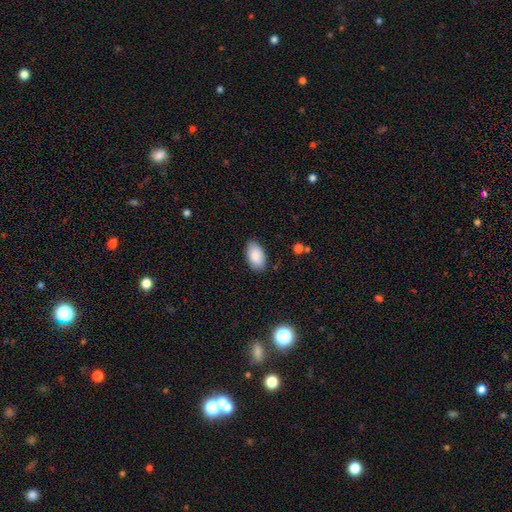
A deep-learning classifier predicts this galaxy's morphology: This is clearly a smooth galaxy (88%). How rounded: clearly in between (95%). Merging: clearly none (84%).